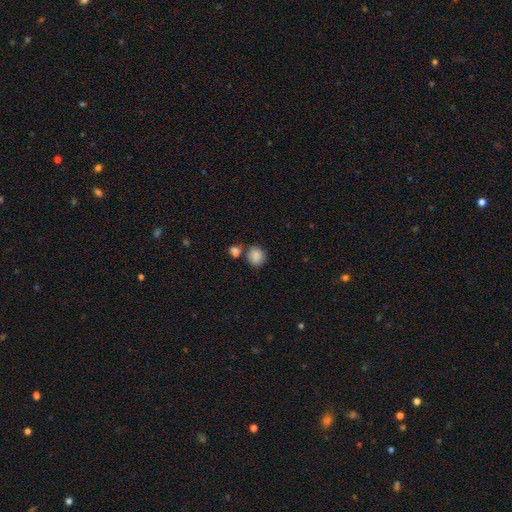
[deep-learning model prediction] Q: Smooth or featured?
A: smooth (86%); runner-up: star or artifact (9%)
Q: How rounded?
A: round (75%); runner-up: in between (24%)
Q: Merging?
A: none (62%); runner-up: merger (20%)